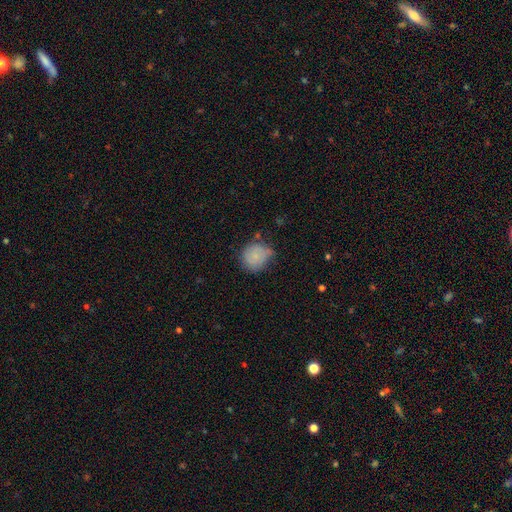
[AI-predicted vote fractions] smooth 75%, featured or disk 17%, star or artifact 9%. Down the decision tree: how rounded — round (80%); merging — none (52%).